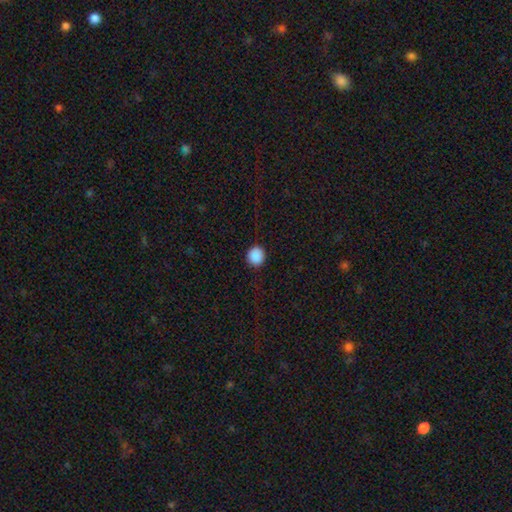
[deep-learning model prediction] This is clearly a smooth galaxy (89%). How rounded: clearly round (88%). Merging: clearly none (91%).